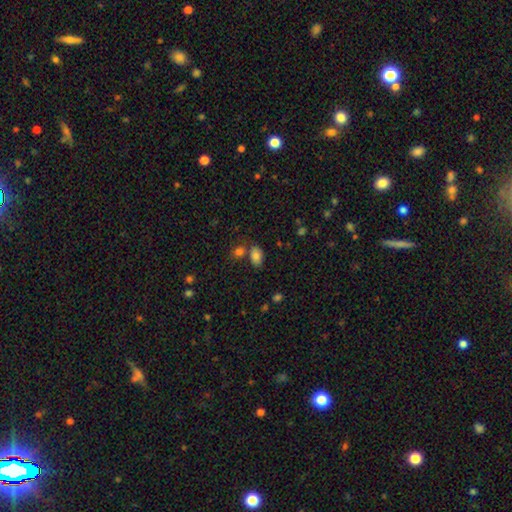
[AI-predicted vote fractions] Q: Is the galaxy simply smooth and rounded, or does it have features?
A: smooth — 83%.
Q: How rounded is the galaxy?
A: in between — 89%.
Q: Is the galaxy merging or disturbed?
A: none — 63%.